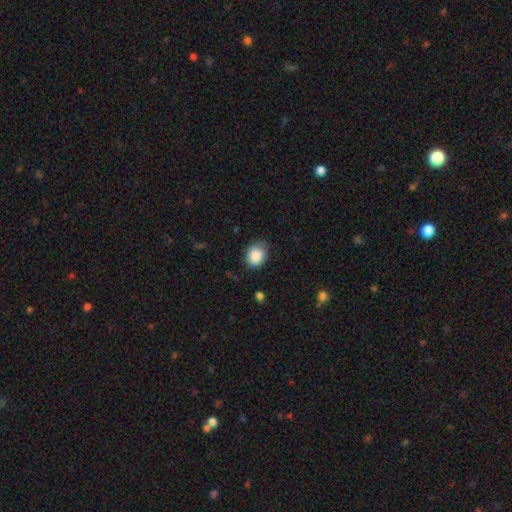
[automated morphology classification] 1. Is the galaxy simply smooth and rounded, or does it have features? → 87% smooth, 7% star or artifact, 6% featured or disk.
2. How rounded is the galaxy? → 64% in between, 35% round, 1% cigar-shaped.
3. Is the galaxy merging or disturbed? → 70% none, 24% minor disturbance, 4% major disturbance, 1% merger.